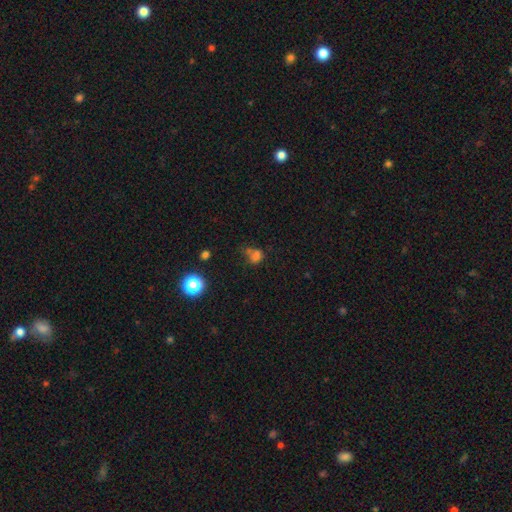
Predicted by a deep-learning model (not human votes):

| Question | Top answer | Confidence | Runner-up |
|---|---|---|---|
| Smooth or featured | smooth | 67% | star or artifact (21%) |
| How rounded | round | 52% | in between (47%) |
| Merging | none | 36% | merger (28%) |